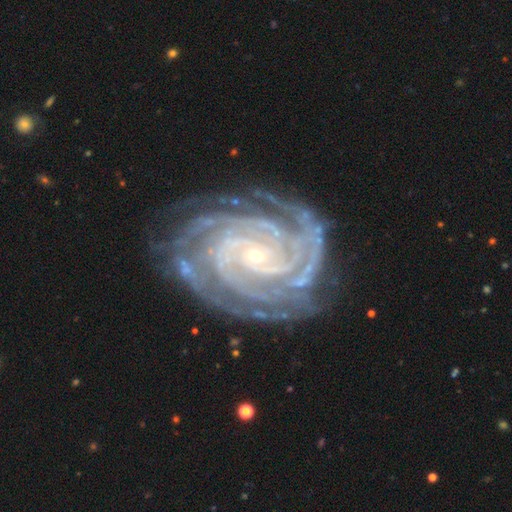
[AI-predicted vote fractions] smooth_or_featured: featured or disk (p=0.93) [alt: star or artifact p=0.05]
disk_edge_on: no (p=0.98) [alt: yes p=0.02]
bar: no (p=0.56) [alt: weak p=0.27]
has_spiral_arms: yes (p=0.99) [alt: no p=0.01]
spiral_winding: tight (p=0.83) [alt: medium p=0.15]
spiral_arm_count: 4 (p=0.27) [alt: more than 4 p=0.20]
bulge_size: small (p=0.85) [alt: moderate p=0.12]
merging: none (p=0.78) [alt: minor disturbance p=0.15]